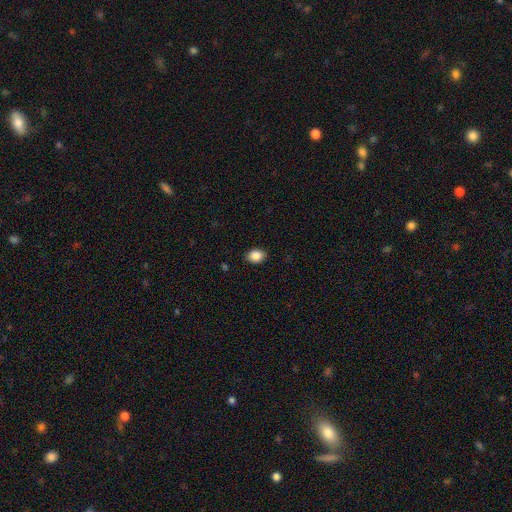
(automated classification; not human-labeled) smooth-or-featured: smooth: 88% | star or artifact: 8% | featured or disk: 4%
  how-rounded: in between: 68% | round: 31% | cigar-shaped: 1%
  merging: none: 87% | minor disturbance: 10% | major disturbance: 2% | merger: 1%